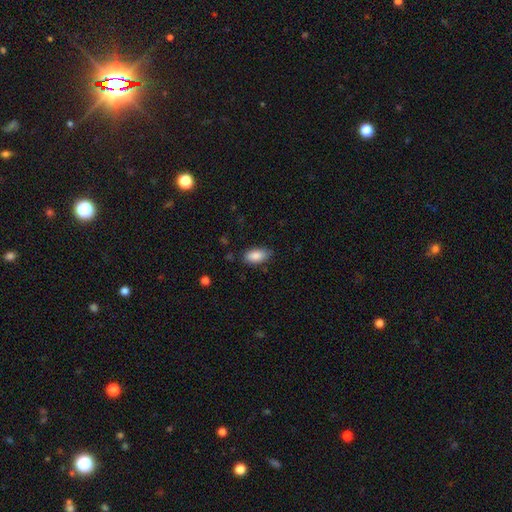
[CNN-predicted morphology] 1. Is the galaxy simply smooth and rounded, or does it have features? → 88% smooth, 7% star or artifact, 5% featured or disk.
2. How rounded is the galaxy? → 92% in between, 5% cigar-shaped, 3% round.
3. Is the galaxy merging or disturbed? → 77% none, 18% minor disturbance, 3% major disturbance, 1% merger.